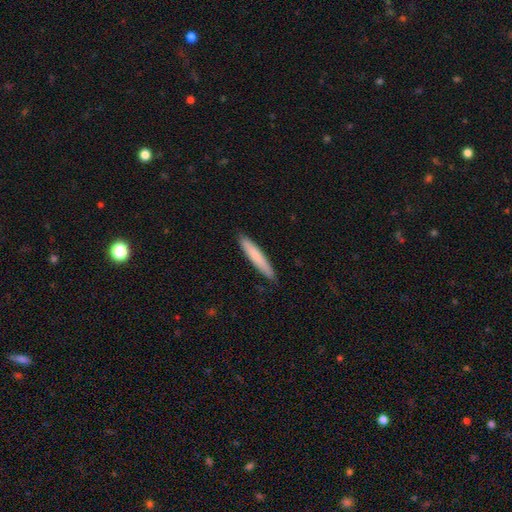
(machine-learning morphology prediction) The model was most divided on "smooth or featured": smooth: 77%, featured or disk: 18%, star or artifact: 5%. More confident: how rounded — cigar-shaped (93%); merging — none (89%).